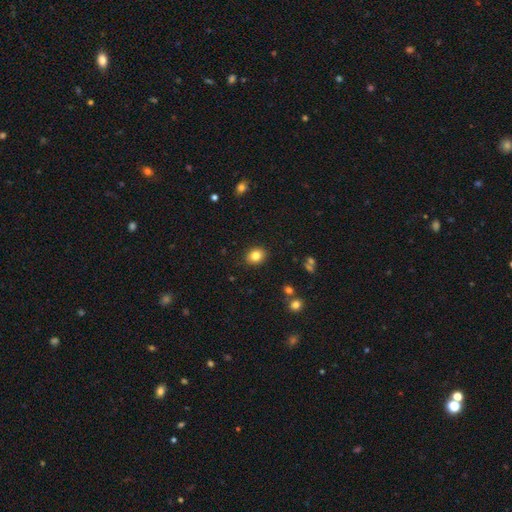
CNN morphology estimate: The model was most divided on "how rounded": round: 52%, in between: 47%, cigar-shaped: 1%. More confident: merging — none (89%); smooth or featured — smooth (82%).